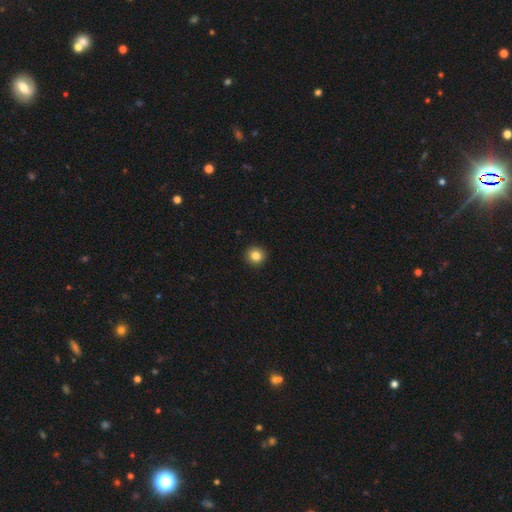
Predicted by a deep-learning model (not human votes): Smooth or featured? Predicted: smooth (p=0.84). How rounded? Predicted: round (p=0.93). Merging? Predicted: none (p=0.93).